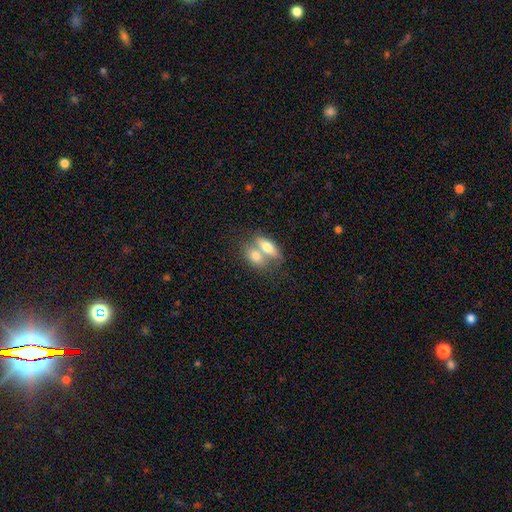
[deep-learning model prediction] Smooth or featured?
  - smooth: 71% *
  - featured or disk: 23%
  - star or artifact: 6%
How rounded?
  - in between: 79% *
  - cigar-shaped: 11%
  - round: 10%
Merging?
  - merger: 66% *
  - none: 24%
  - minor disturbance: 7%
  - major disturbance: 3%